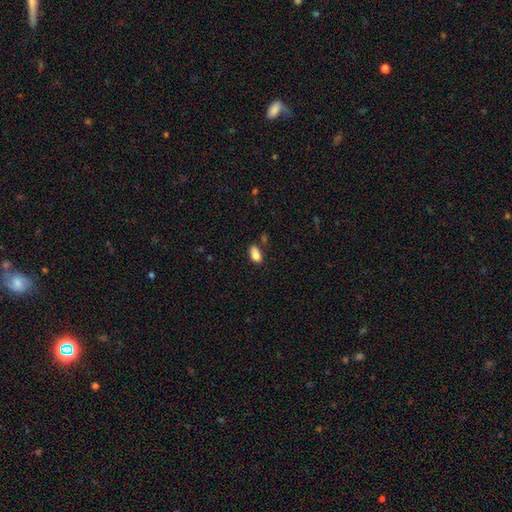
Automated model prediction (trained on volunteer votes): The model was most divided on "merging": none: 65%, minor disturbance: 22%, merger: 8%, major disturbance: 5%. More confident: how rounded — in between (89%); smooth or featured — smooth (83%).